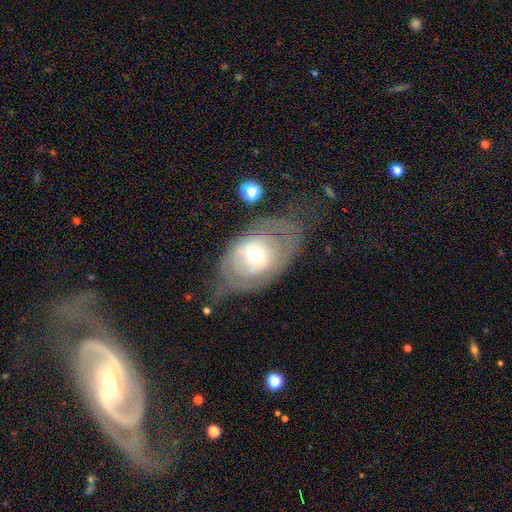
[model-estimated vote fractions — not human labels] featured or disk 55%, smooth 37%, star or artifact 8%. Down the decision tree: edge-on disk — no (92%); bar — no (75%); spiral arms — no (59%); bulge size — moderate (67%); merging — none (48%).